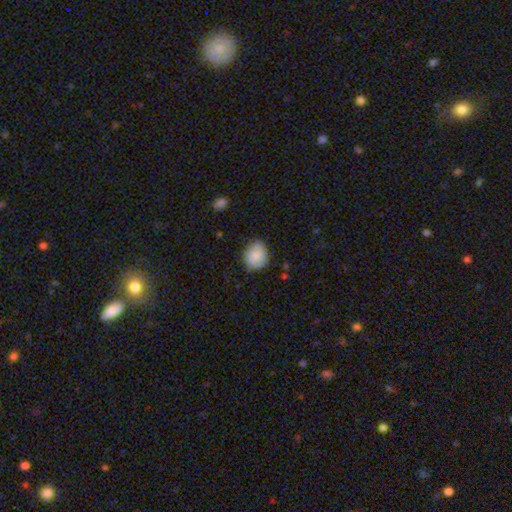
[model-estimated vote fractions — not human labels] Q: Smooth or featured?
A: smooth (77%); runner-up: featured or disk (16%)
Q: How rounded?
A: round (61%); runner-up: in between (38%)
Q: Merging?
A: none (72%); runner-up: minor disturbance (22%)